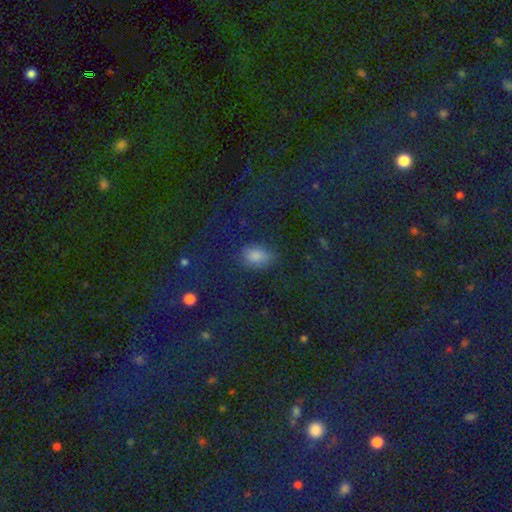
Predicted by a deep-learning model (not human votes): Morphology: type=smooth (69%); roundness=in between (83%); merging=none (76%).